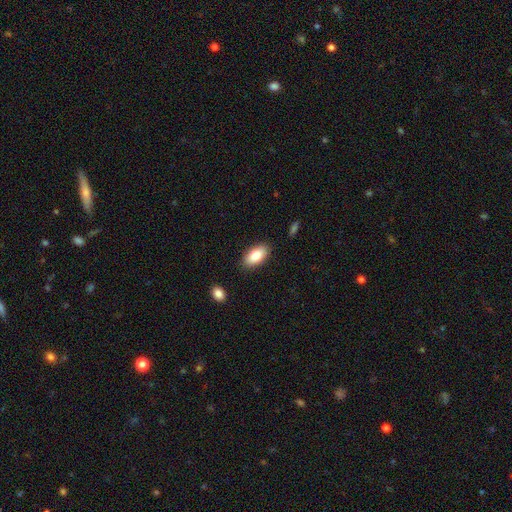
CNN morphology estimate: The model was most divided on "smooth or featured": smooth: 83%, featured or disk: 11%, star or artifact: 7%. More confident: how rounded — in between (92%); merging — none (87%).